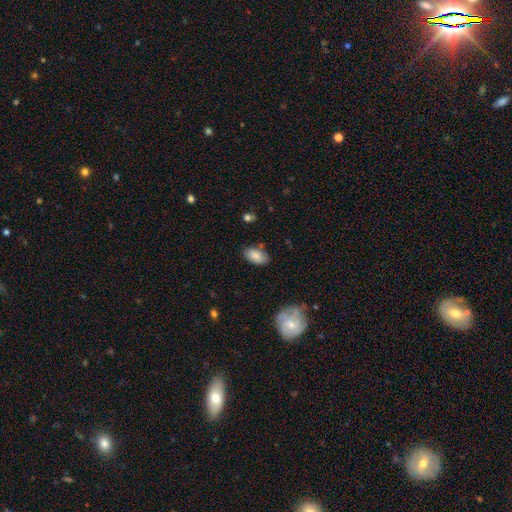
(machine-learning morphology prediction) Smooth or featured?
  - smooth: 83% *
  - featured or disk: 9%
  - star or artifact: 7%
How rounded?
  - in between: 93% *
  - round: 4%
  - cigar-shaped: 3%
Merging?
  - none: 76% *
  - minor disturbance: 18%
  - major disturbance: 4%
  - merger: 3%